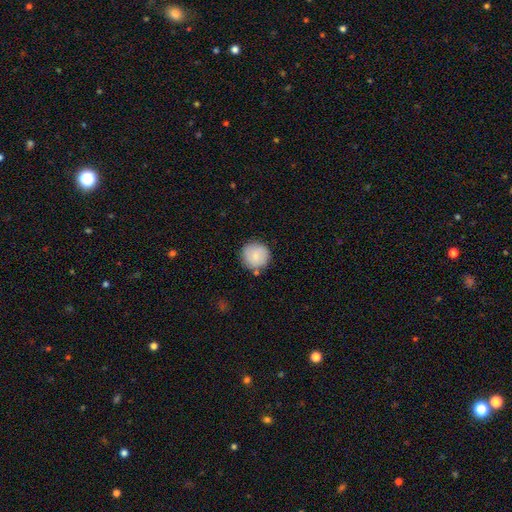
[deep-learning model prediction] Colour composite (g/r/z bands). It shows a smooth galaxy with no disk features (82%) that is round (95%). Merging: none (83%).